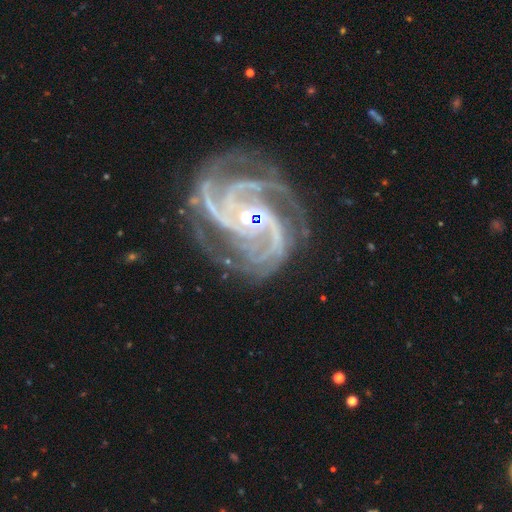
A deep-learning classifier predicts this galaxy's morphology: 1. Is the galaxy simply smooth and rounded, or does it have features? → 93% featured or disk, 5% star or artifact, 2% smooth.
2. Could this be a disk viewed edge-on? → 98% no, 2% yes.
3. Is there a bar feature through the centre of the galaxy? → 48% no, 33% weak, 19% strong.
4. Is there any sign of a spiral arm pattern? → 99% yes, 1% no.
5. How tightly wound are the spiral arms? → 57% tight, 38% medium, 5% loose.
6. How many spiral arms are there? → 34% 3, 26% 4, 14% 2, 10% more than 4, 9% can't tell, 7% 1.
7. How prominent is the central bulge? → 54% small, 40% moderate, 2% none, 2% large, 1% dominant.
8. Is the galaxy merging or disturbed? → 71% none, 17% minor disturbance, 9% major disturbance, 2% merger.